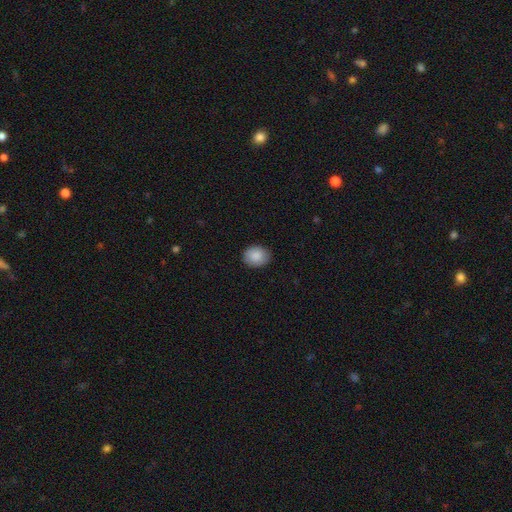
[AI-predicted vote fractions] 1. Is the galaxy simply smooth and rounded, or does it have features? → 88% smooth, 7% star or artifact, 5% featured or disk.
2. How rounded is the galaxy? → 53% round, 46% in between, 1% cigar-shaped.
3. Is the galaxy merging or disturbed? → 88% none, 9% minor disturbance, 2% major disturbance, 1% merger.